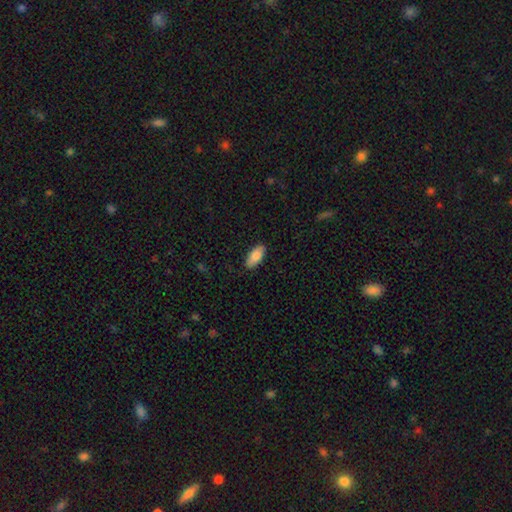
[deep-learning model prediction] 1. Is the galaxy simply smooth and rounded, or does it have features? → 85% smooth, 9% featured or disk, 6% star or artifact.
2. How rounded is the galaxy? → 87% in between, 11% cigar-shaped, 2% round.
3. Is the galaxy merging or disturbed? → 87% none, 10% minor disturbance, 2% major disturbance, 1% merger.